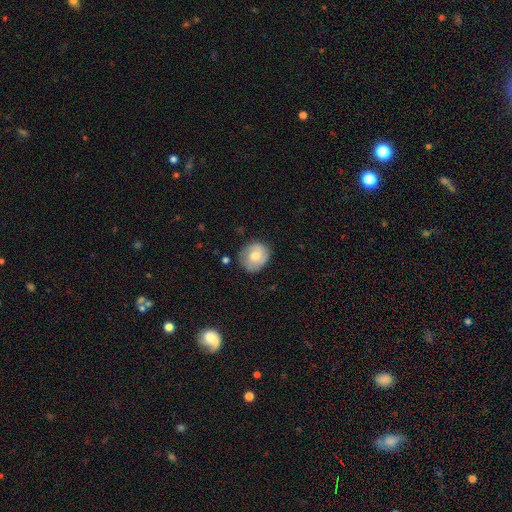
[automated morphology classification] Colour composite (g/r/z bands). It shows a smooth galaxy with no disk features (60%) that is round (73%). Merging: none (71%).